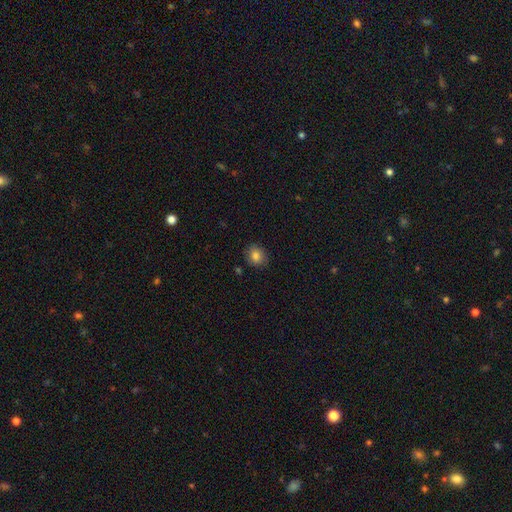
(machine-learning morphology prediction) smooth-or-featured: smooth: 84% | star or artifact: 10% | featured or disk: 6%
  how-rounded: round: 67% | in between: 32% | cigar-shaped: 1%
  merging: none: 85% | minor disturbance: 11% | major disturbance: 2% | merger: 2%